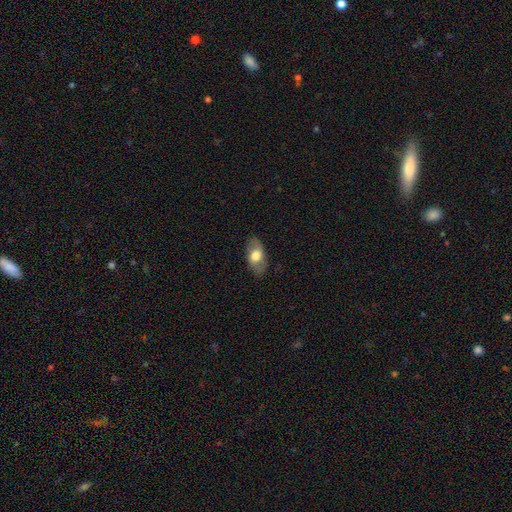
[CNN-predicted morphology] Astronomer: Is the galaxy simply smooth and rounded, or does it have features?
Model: smooth — 56% (runner-up: featured or disk, 37%).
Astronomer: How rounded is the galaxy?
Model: in between — 89%.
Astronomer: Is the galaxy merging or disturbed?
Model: none — 81%.